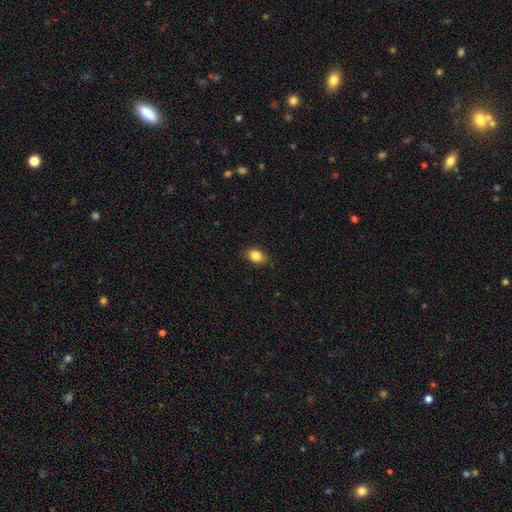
Smooth or featured? smooth (82%)
How rounded? in between (84%)
Merging? none (75%)